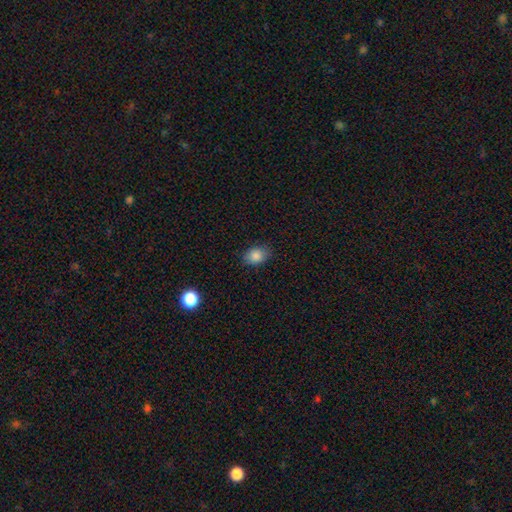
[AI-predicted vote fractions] Smooth or featured?
  - smooth: 85% *
  - star or artifact: 9%
  - featured or disk: 5%
How rounded?
  - in between: 70% *
  - round: 28%
  - cigar-shaped: 1%
Merging?
  - none: 82% *
  - minor disturbance: 14%
  - major disturbance: 3%
  - merger: 1%